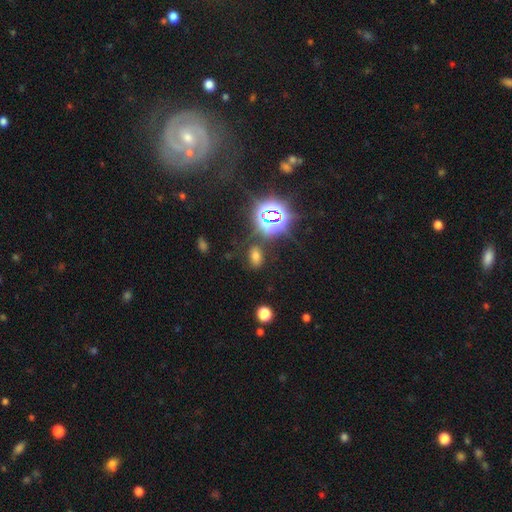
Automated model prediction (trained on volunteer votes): The model was most divided on "smooth or featured": smooth: 54%, star or artifact: 38%, featured or disk: 9%. More confident: how rounded — in between (85%); merging — none (78%).